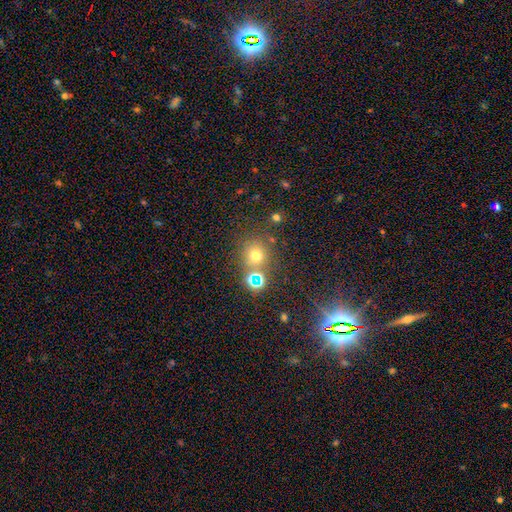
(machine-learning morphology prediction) This is likely a smooth galaxy (65%). How rounded: clearly round (89%). Merging: likely none (71%).